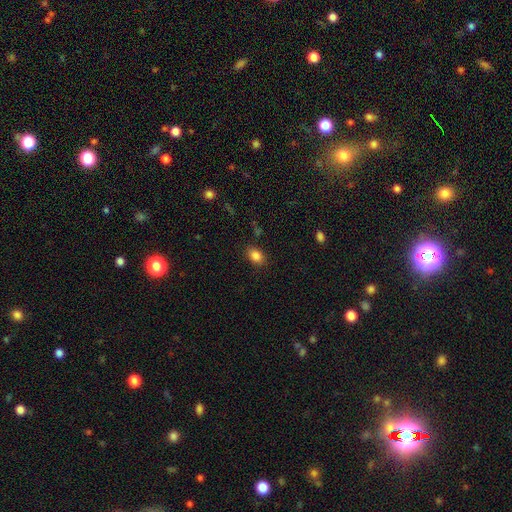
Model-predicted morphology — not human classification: smooth 86%, star or artifact 10%, featured or disk 4%. Down the decision tree: how rounded — in between (78%); merging — none (85%).